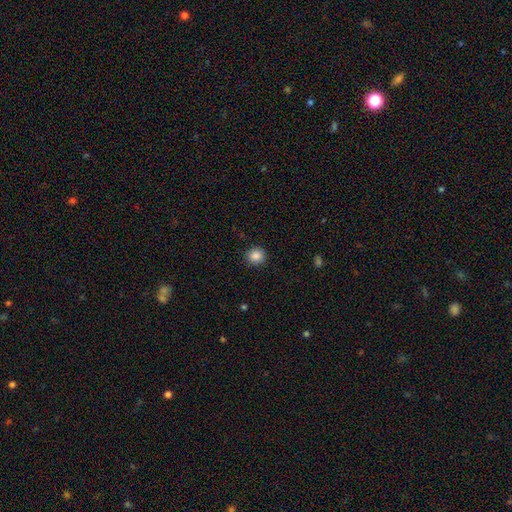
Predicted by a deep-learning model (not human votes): This is clearly a smooth galaxy (87%). How rounded: clearly round (88%). Merging: clearly none (91%).